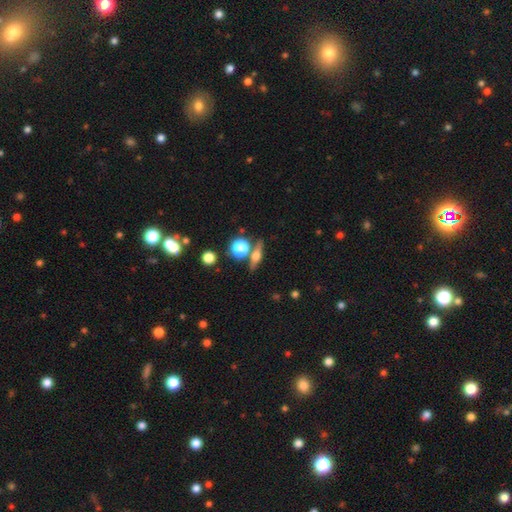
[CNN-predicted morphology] type=featured or disk (54%); edge-on=yes (92%); merging=none (77%).